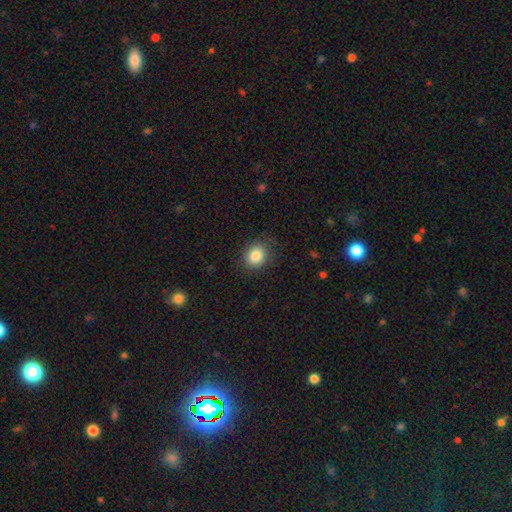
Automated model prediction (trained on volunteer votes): This is clearly a smooth galaxy (86%). How rounded: likely round (70%). Merging: clearly none (85%).